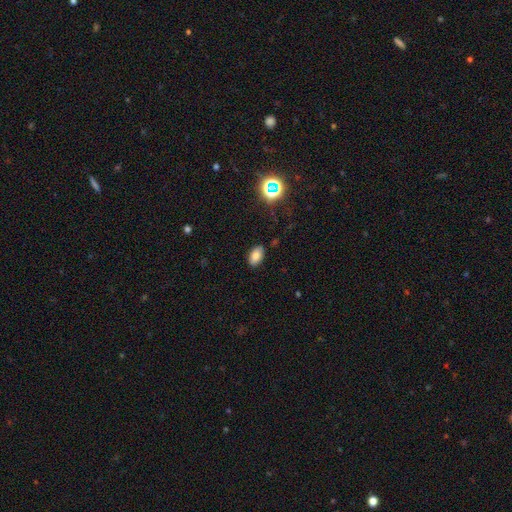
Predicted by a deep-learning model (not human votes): A smooth galaxy with no disk features (79%) that is in between round and cigar-shaped (92%).

Vote fractions:
- Smooth or featured? smooth: 79% / star or artifact: 13% / featured or disk: 8%
- How rounded? in between: 92% / round: 6% / cigar-shaped: 2%
- Merging? none: 85% / minor disturbance: 11% / major disturbance: 2% / merger: 1%